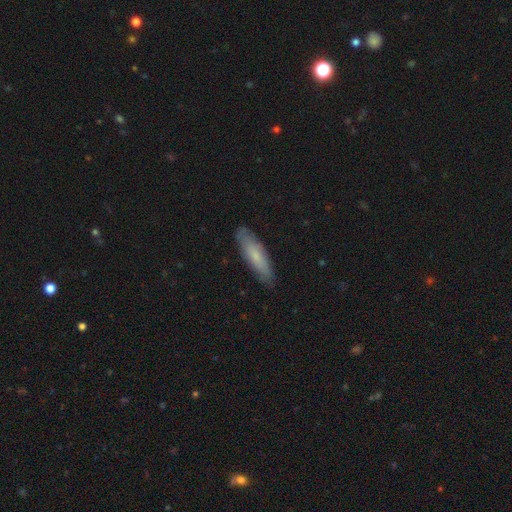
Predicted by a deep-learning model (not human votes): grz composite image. It shows a smooth galaxy with no disk features (70%) that is cigar-shaped (64%). Merging: none (84%).